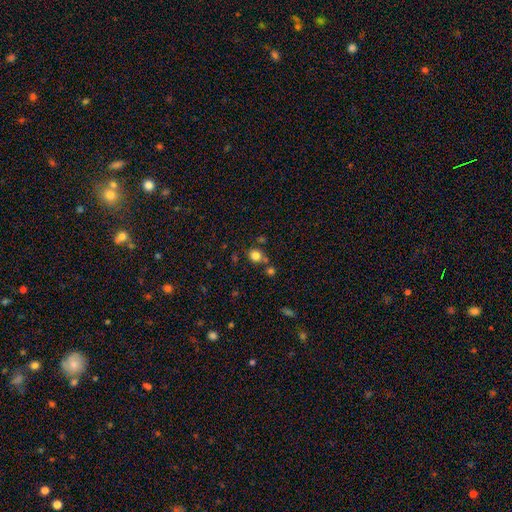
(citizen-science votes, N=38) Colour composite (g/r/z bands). It shows a smooth galaxy with no disk features (87%) that is round (85%). Merging: none (75%).